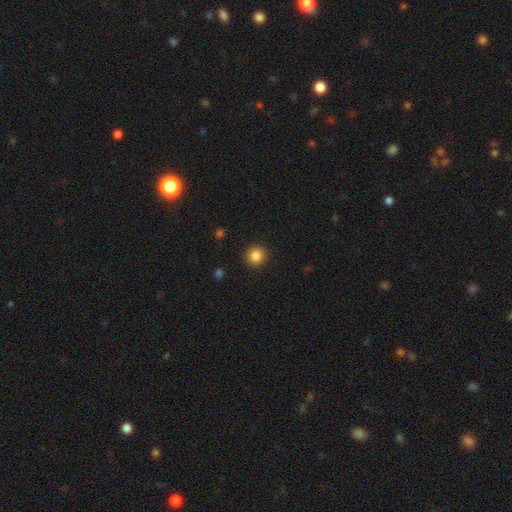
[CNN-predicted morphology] smooth_or_featured: smooth (p=0.86) [alt: star or artifact p=0.10]
how_rounded: round (p=0.94) [alt: in between p=0.05]
merging: none (p=0.92) [alt: minor disturbance p=0.05]